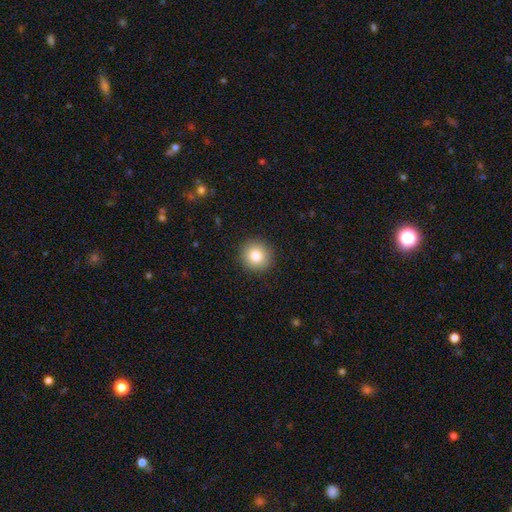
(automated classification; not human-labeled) This appears to be a smooth galaxy with no disk features (83%) that is round (94%). Merging: none (92%).